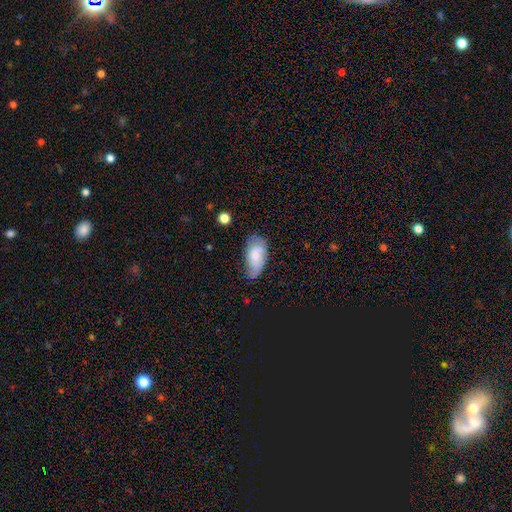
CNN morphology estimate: This is likely a smooth galaxy (63%). How rounded: clearly in between (93%). Merging: possibly none (53%).